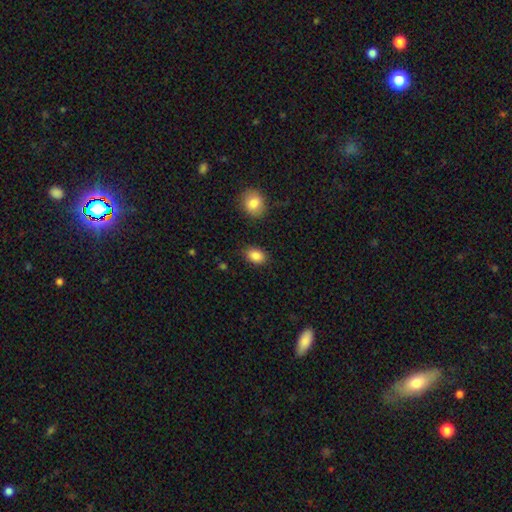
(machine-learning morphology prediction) Smooth or featured: smooth — 87% (star or artifact — 8%)
How rounded: in between — 79% (round — 19%)
Merging: none — 85% (minor disturbance — 10%)